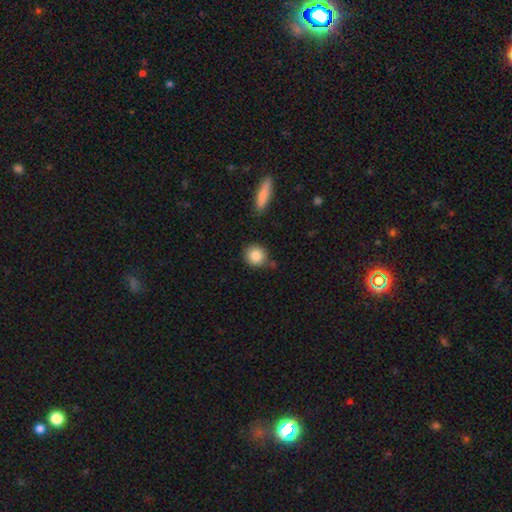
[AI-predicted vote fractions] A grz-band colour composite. It shows a smooth galaxy with no disk features (86%) that is round (87%). Merging: none (77%).